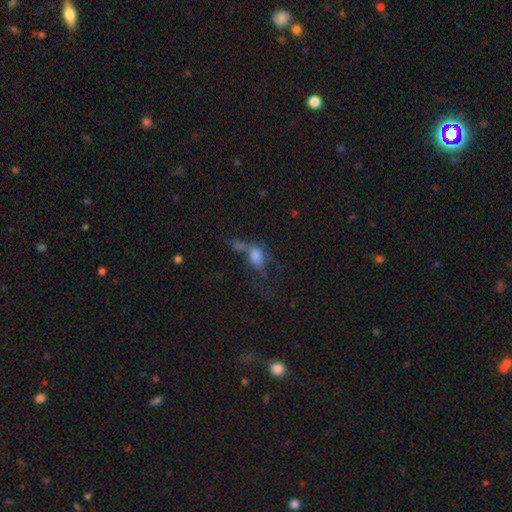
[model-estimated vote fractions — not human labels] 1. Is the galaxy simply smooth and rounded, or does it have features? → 60% smooth, 25% featured or disk, 14% star or artifact.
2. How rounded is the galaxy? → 73% in between, 20% round, 7% cigar-shaped.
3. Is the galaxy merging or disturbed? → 34% merger (tied), 34% major disturbance (tied), 19% none, 13% minor disturbance.